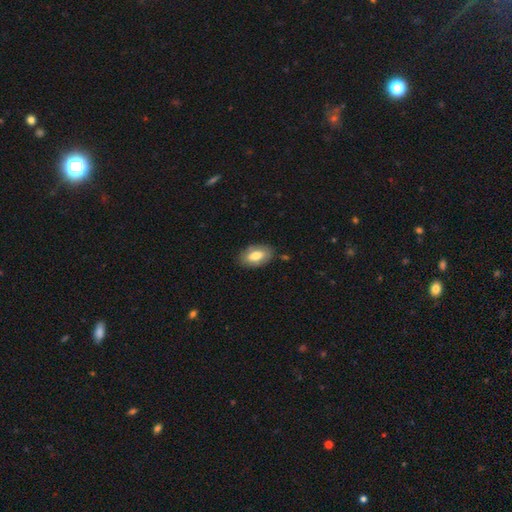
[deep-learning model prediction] This appears to be a smooth galaxy with no disk features (73%) that is in between round and cigar-shaped (93%). Merging: none (82%).